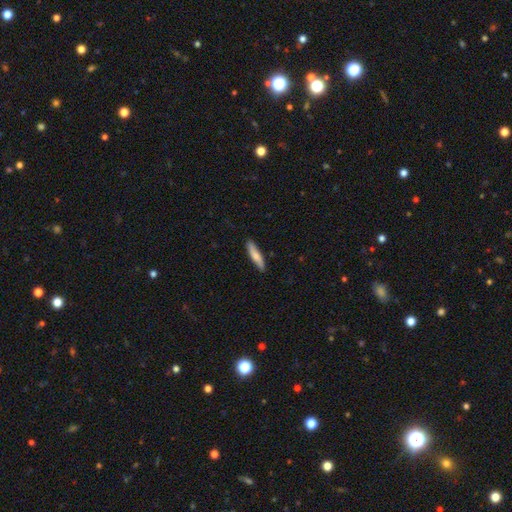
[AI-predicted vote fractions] This is likely a smooth galaxy (75%). How rounded: clearly cigar-shaped (84%). Merging: clearly none (86%).